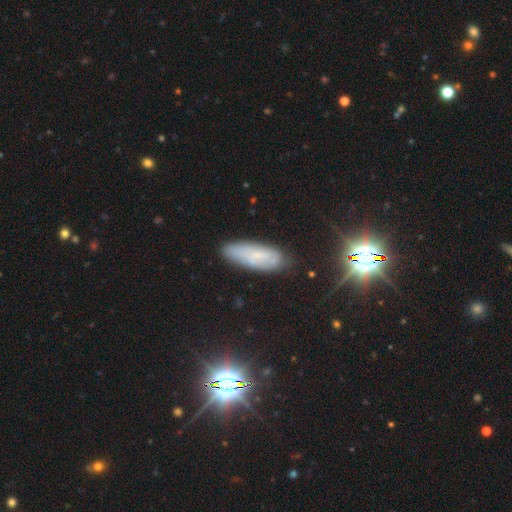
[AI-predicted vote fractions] Smooth or featured: smooth — 52% (featured or disk — 32%)
How rounded: in between — 65% (cigar-shaped — 32%)
Merging: none — 76% (minor disturbance — 17%)